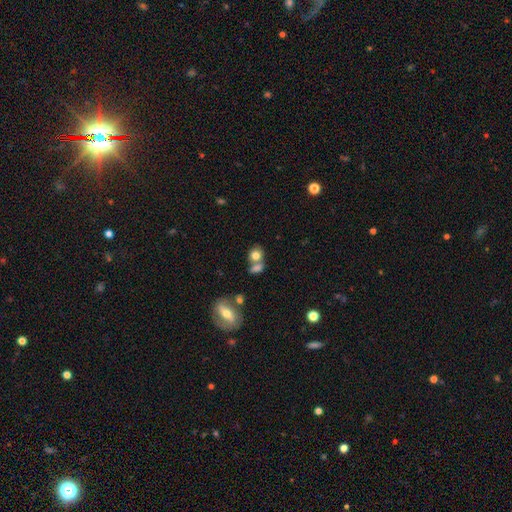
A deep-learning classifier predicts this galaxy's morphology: Smooth or featured? smooth (77%)
How rounded? round (59%)
Merging? none (45%)